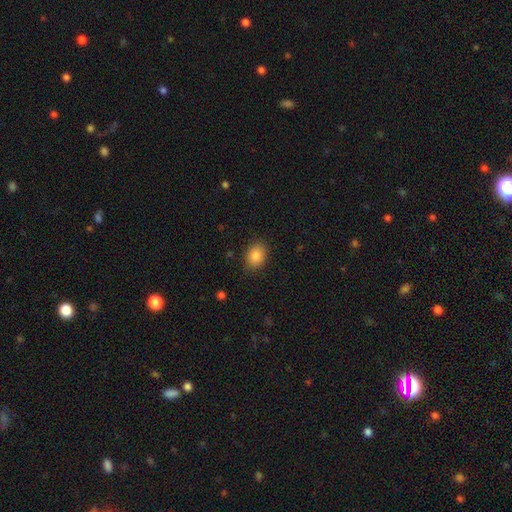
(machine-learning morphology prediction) smooth_or_featured: smooth (p=0.87) [alt: star or artifact p=0.09]
how_rounded: in between (p=0.63) [alt: round p=0.36]
merging: none (p=0.86) [alt: minor disturbance p=0.10]